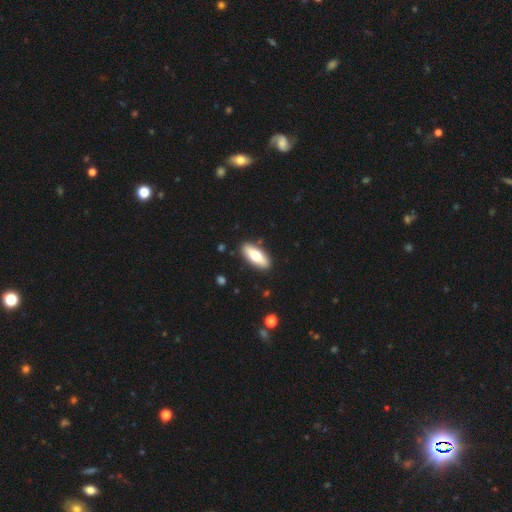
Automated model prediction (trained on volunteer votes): This appears to be a smooth galaxy with no disk features (70%) that is in between round and cigar-shaped (75%). Merging: none (88%).